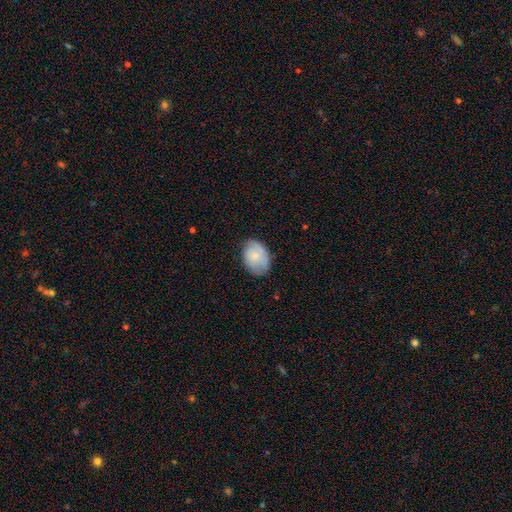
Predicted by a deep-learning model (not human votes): Smooth or featured?
  - smooth: 72% *
  - featured or disk: 21%
  - star or artifact: 7%
How rounded?
  - in between: 75% *
  - round: 24%
  - cigar-shaped: 1%
Merging?
  - none: 69% *
  - minor disturbance: 24%
  - major disturbance: 6%
  - merger: 1%